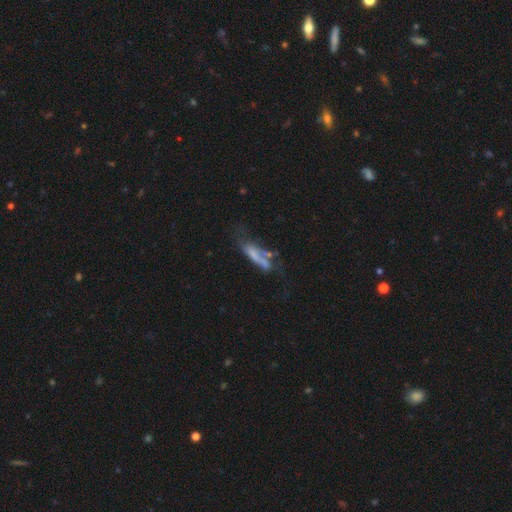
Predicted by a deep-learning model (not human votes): This is marginally a featured or disk galaxy (44%). Merging: marginally major disturbance (31%).